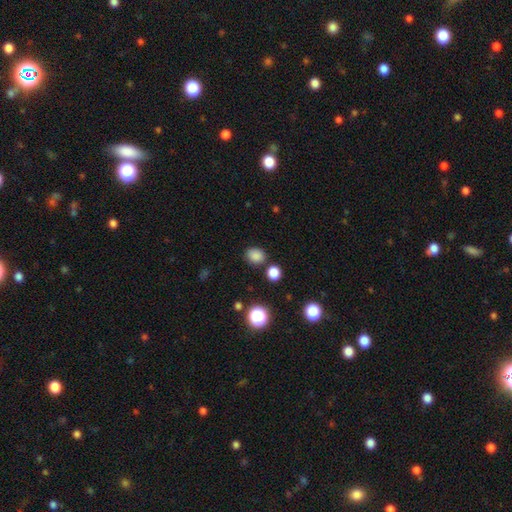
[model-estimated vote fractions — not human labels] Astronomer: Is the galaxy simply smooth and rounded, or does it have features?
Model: smooth — 83%.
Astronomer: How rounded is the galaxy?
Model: round — 53% (runner-up: in between, 46%).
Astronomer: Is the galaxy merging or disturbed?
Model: none — 80%.